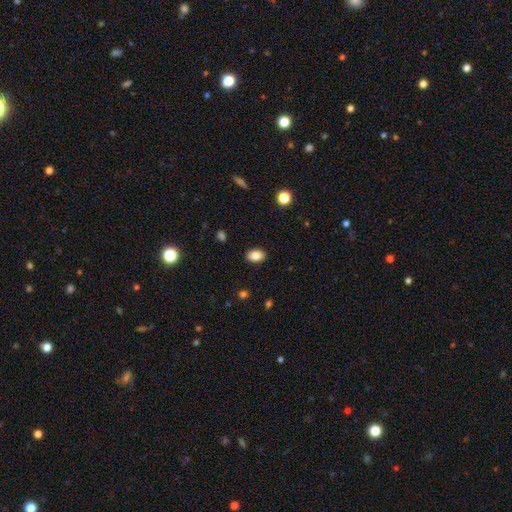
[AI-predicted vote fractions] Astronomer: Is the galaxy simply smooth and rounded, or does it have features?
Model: smooth — 86%.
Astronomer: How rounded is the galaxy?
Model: in between — 85%.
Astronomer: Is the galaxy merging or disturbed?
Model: none — 89%.